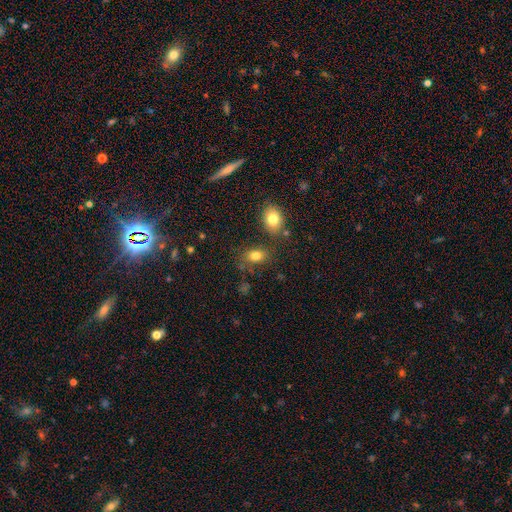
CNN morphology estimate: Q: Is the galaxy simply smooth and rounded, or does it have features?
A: smooth — 80%.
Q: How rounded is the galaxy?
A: in between — 81%.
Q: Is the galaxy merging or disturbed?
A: none — 70%.